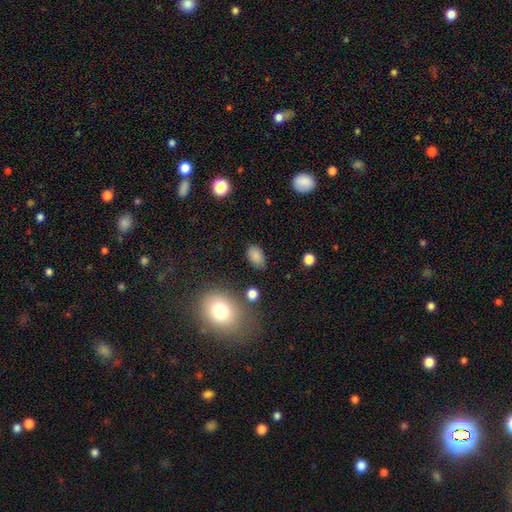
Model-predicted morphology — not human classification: smooth_or_featured: smooth (p=0.85) [alt: star or artifact p=0.10]
how_rounded: in between (p=0.89) [alt: round p=0.09]
merging: none (p=0.79) [alt: minor disturbance p=0.14]